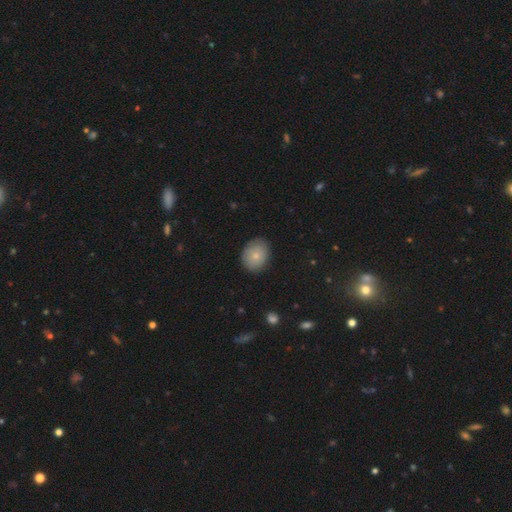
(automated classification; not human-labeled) smooth 77%, featured or disk 15%, star or artifact 7%. Down the decision tree: how rounded — in between (55%); merging — none (83%).